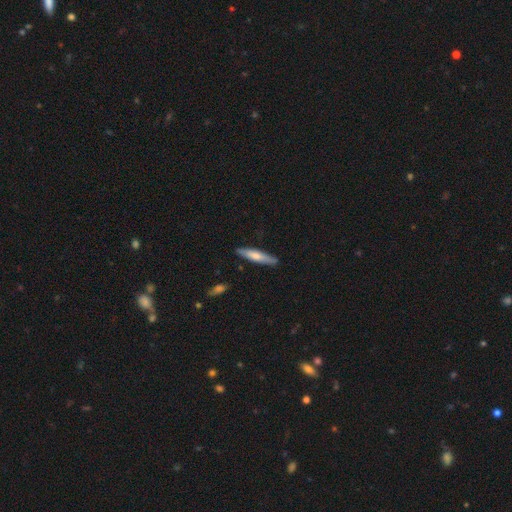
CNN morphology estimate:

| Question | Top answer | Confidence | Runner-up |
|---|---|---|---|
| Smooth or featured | smooth | 64% | featured or disk (31%) |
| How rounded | cigar-shaped | 87% | in between (12%) |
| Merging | none | 86% | minor disturbance (10%) |